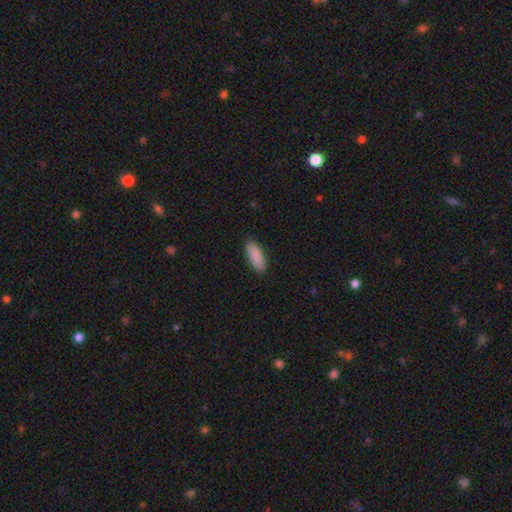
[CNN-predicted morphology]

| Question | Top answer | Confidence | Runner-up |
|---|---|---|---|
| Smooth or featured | smooth | 88% | featured or disk (6%) |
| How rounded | in between | 75% | cigar-shaped (23%) |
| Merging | none | 87% | minor disturbance (10%) |